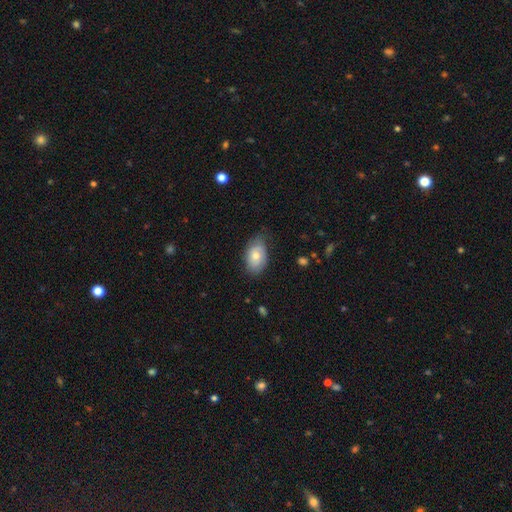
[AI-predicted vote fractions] smooth_or_featured: smooth (p=0.71) [alt: featured or disk p=0.23]
how_rounded: in between (p=0.90) [alt: round p=0.09]
merging: none (p=0.64) [alt: minor disturbance p=0.29]